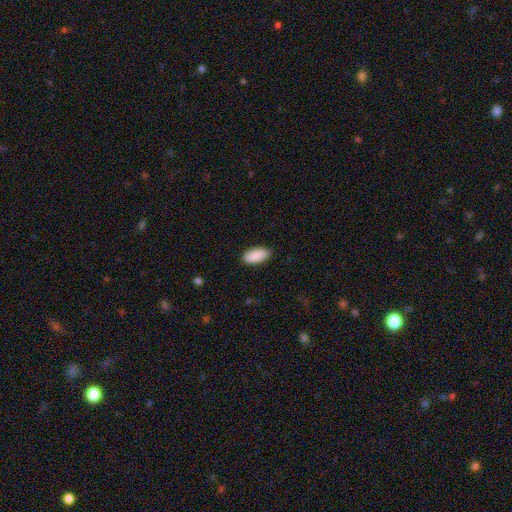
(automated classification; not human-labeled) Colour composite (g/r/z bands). It shows a smooth galaxy with no disk features (90%) that is in between round and cigar-shaped (93%). Merging: none (87%).